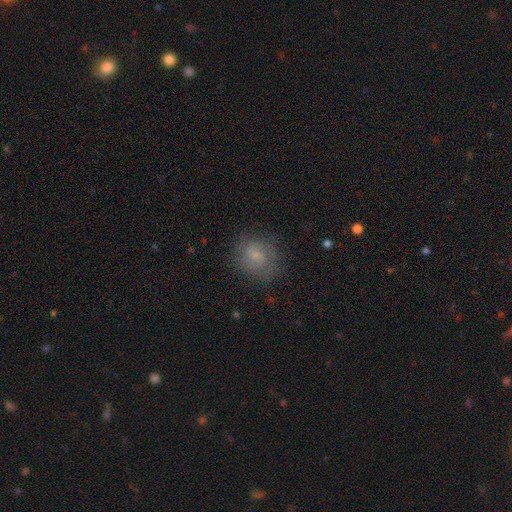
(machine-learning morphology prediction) Q: Smooth or featured?
A: smooth (57%); runner-up: featured or disk (32%)
Q: How rounded?
A: round (72%); runner-up: in between (27%)
Q: Merging?
A: none (75%); runner-up: minor disturbance (16%)